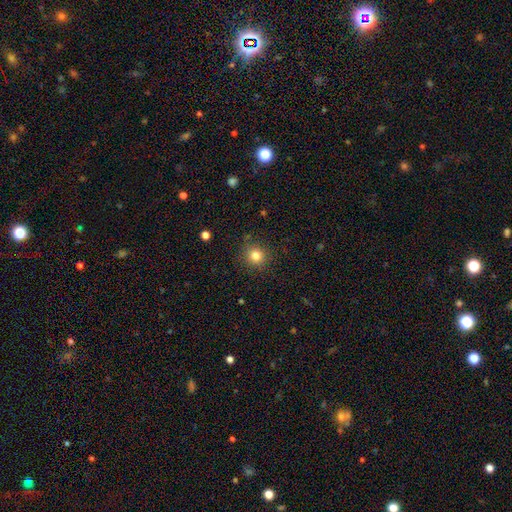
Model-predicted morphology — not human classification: Smooth or featured: smooth — 81% (star or artifact — 13%)
How rounded: round — 91% (in between — 8%)
Merging: none — 88% (minor disturbance — 8%)